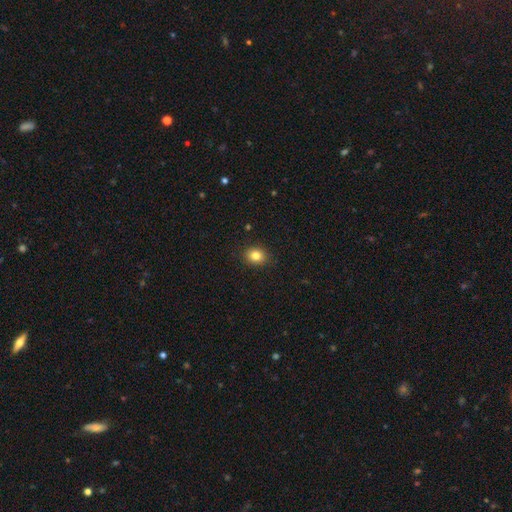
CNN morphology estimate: smooth_or_featured: smooth (p=0.82) [alt: star or artifact p=0.11]
how_rounded: round (p=0.64) [alt: in between p=0.35]
merging: none (p=0.90) [alt: minor disturbance p=0.07]